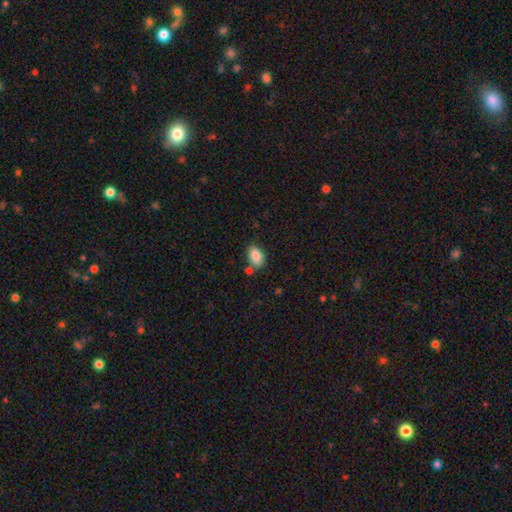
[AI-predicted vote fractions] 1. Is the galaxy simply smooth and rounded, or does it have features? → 86% smooth, 8% star or artifact, 6% featured or disk.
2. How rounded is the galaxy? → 90% in between, 8% round, 2% cigar-shaped.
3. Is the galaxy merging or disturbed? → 77% none, 13% minor disturbance, 8% merger, 3% major disturbance.